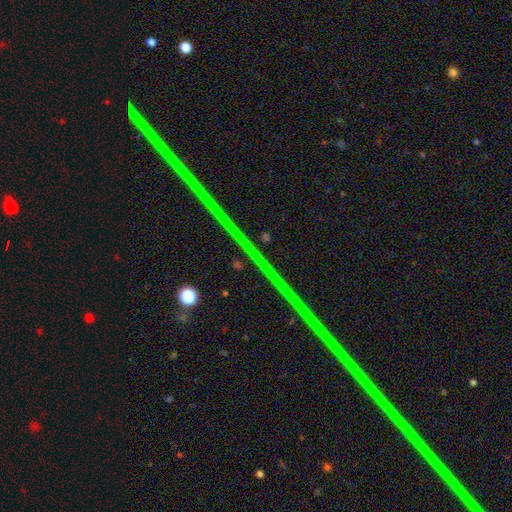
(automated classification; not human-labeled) This appears to be a star or artifact, not a galaxy (90%).